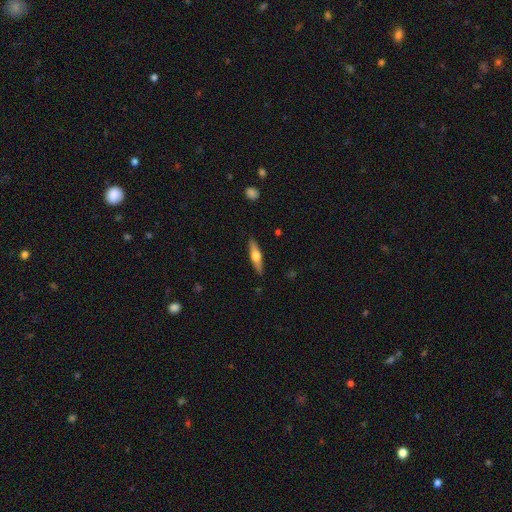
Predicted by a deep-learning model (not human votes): Smooth or featured: featured or disk — 52% (smooth — 43%)
Edge-on disk: yes — 93% (no — 7%)
Merging: none — 89% (minor disturbance — 8%)